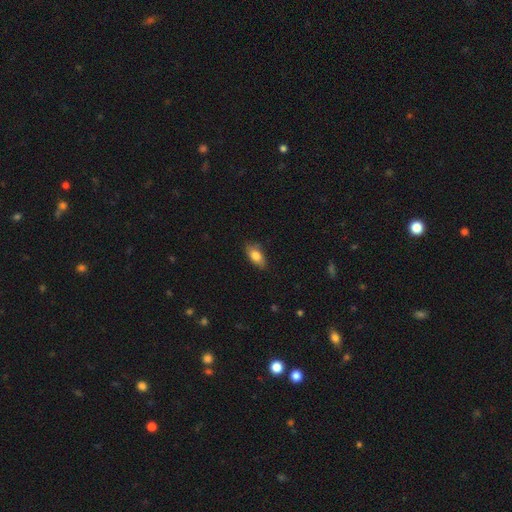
This is clearly a smooth galaxy (82%). How rounded: clearly in between (81%). Merging: likely none (72%).